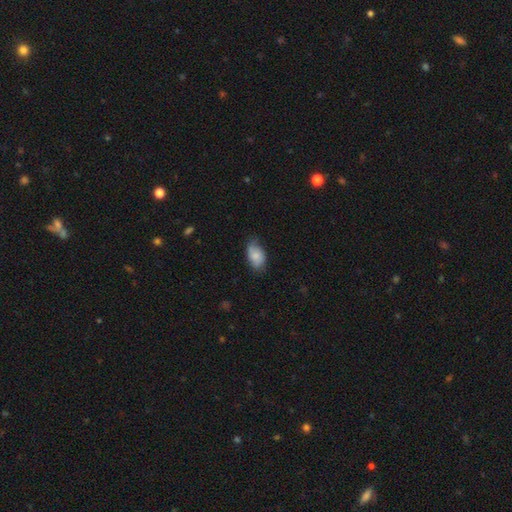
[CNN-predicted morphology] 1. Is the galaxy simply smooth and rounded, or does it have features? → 75% smooth, 18% featured or disk, 7% star or artifact.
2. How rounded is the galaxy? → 91% in between, 7% round, 2% cigar-shaped.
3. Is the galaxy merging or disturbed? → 61% none, 31% minor disturbance, 7% major disturbance, 1% merger.